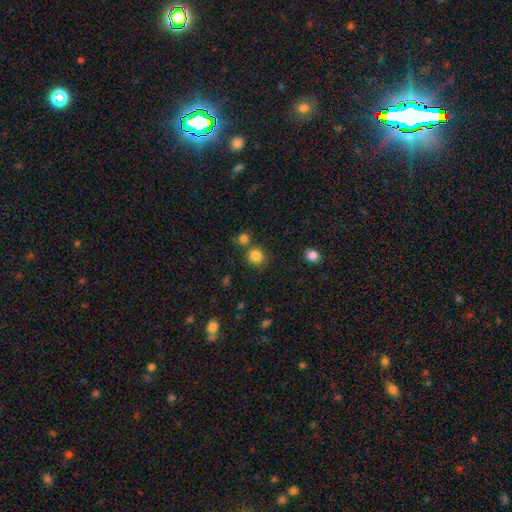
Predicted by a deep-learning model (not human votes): smooth-or-featured: smooth: 84% | star or artifact: 12% | featured or disk: 5%
  how-rounded: round: 87% | in between: 12% | cigar-shaped: 1%
  merging: none: 73% | merger: 15% | minor disturbance: 9% | major disturbance: 3%